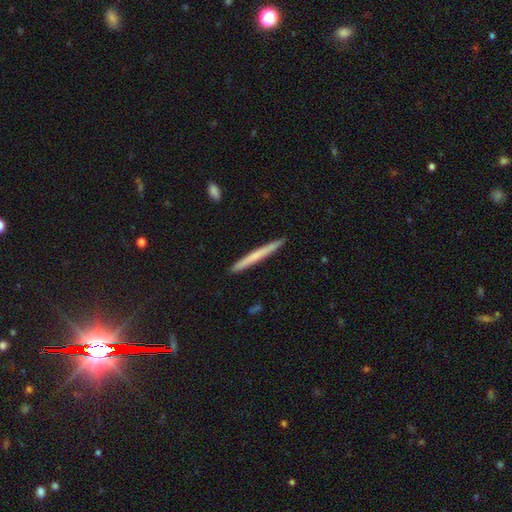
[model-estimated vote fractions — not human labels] Smooth or featured? smooth (57%)
How rounded? cigar-shaped (97%)
Merging? none (92%)